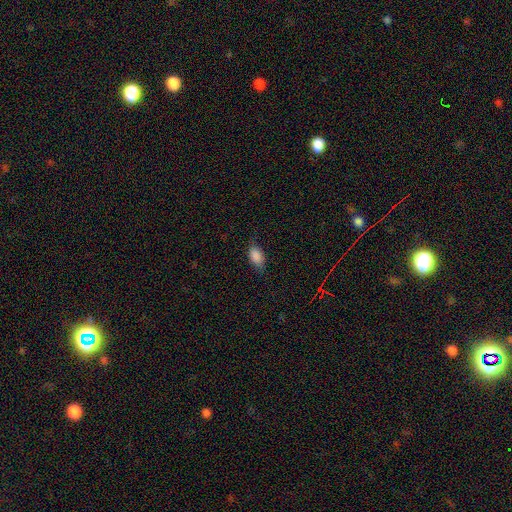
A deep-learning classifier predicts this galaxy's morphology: This appears to be a smooth galaxy with no disk features (86%) that is in between round and cigar-shaped (90%). Merging: none (69%).